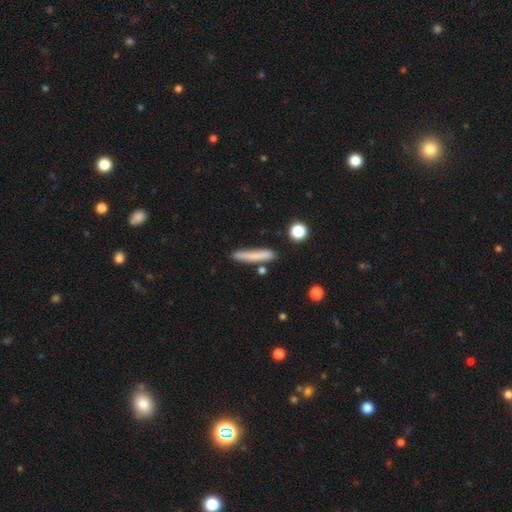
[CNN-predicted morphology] smooth_or_featured: smooth (p=0.74) [alt: featured or disk p=0.18]
how_rounded: cigar-shaped (p=0.93) [alt: in between p=0.05]
merging: none (p=0.78) [alt: minor disturbance p=0.14]